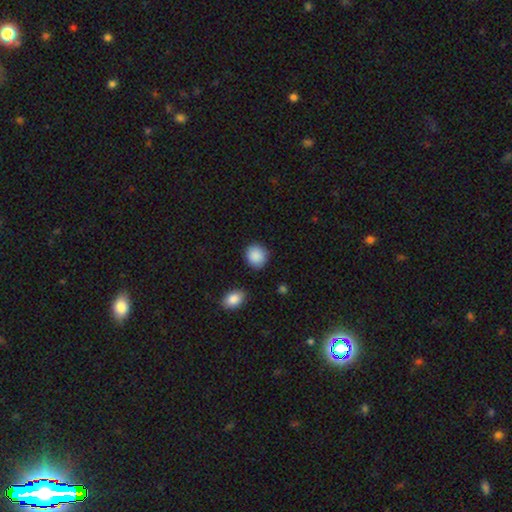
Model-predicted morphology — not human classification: Q: Smooth or featured?
A: smooth (89%); runner-up: star or artifact (7%)
Q: How rounded?
A: round (82%); runner-up: in between (17%)
Q: Merging?
A: none (87%); runner-up: minor disturbance (9%)